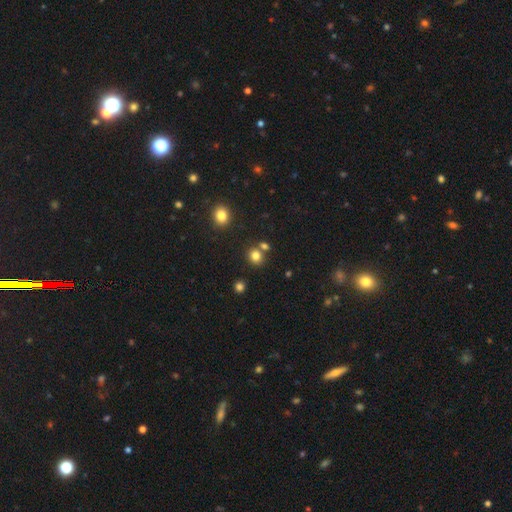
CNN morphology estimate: Overall: smooth (80%). How rounded: round (81%). Merging: none (70%).